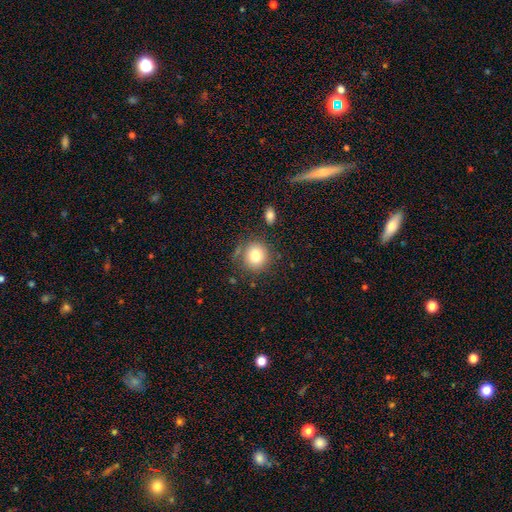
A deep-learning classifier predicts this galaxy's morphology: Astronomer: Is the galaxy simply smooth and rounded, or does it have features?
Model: smooth — 79%.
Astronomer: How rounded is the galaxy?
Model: round — 87%.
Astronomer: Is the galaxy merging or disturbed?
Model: none — 76%.